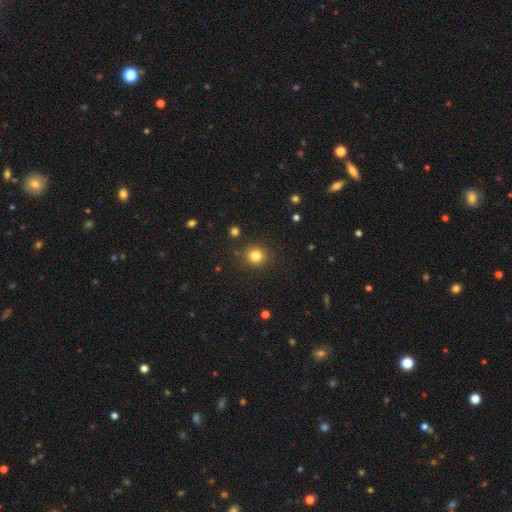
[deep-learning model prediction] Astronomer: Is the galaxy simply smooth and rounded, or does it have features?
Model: smooth — 81%.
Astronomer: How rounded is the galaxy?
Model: round — 90%.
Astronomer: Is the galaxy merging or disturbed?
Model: none — 89%.